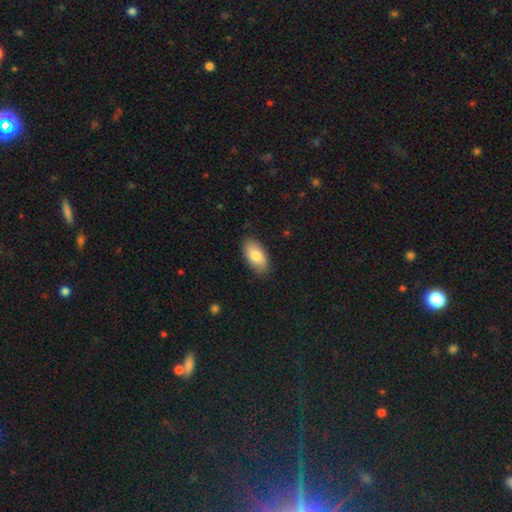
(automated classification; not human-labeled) A smooth galaxy with no disk features (83%) that is in between round and cigar-shaped (94%).

Vote fractions:
- Smooth or featured? smooth: 83% / featured or disk: 11% / star or artifact: 6%
- How rounded? in between: 94% / cigar-shaped: 3% / round: 3%
- Merging? none: 86% / minor disturbance: 11% / major disturbance: 2% / merger: 1%